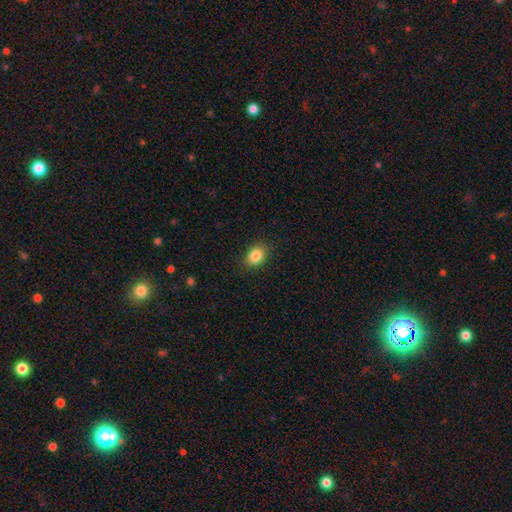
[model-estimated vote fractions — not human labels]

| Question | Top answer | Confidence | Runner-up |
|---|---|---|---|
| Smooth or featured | smooth | 85% | star or artifact (10%) |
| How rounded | in between | 62% | round (37%) |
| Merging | none | 87% | minor disturbance (10%) |